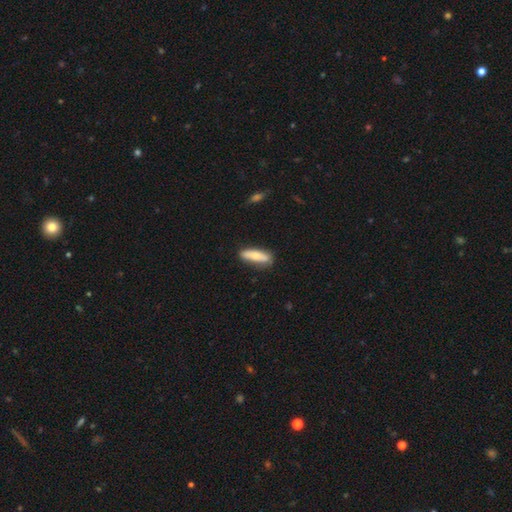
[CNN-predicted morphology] Q: Smooth or featured?
A: smooth (70%); runner-up: featured or disk (24%)
Q: How rounded?
A: cigar-shaped (59%); runner-up: in between (39%)
Q: Merging?
A: none (80%); runner-up: minor disturbance (15%)